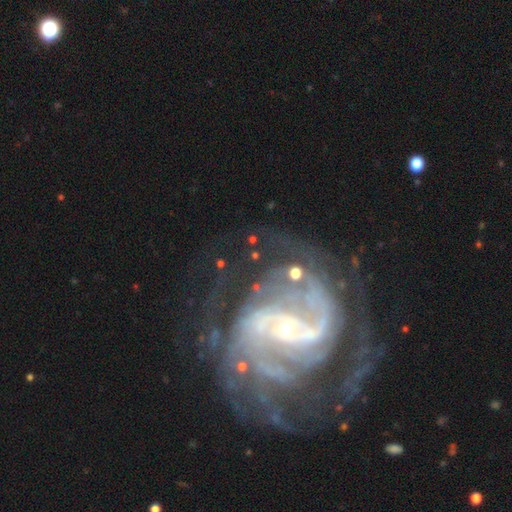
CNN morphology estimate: Smooth or featured? featured or disk (87%)
Edge-on disk? no (97%)
Bar? no (38%)
Spiral arms? yes (96%)
Spiral winding? medium (45%)
Spiral arm count? 2 (52%)
Bulge size? small (78%)
Merging? none (56%)